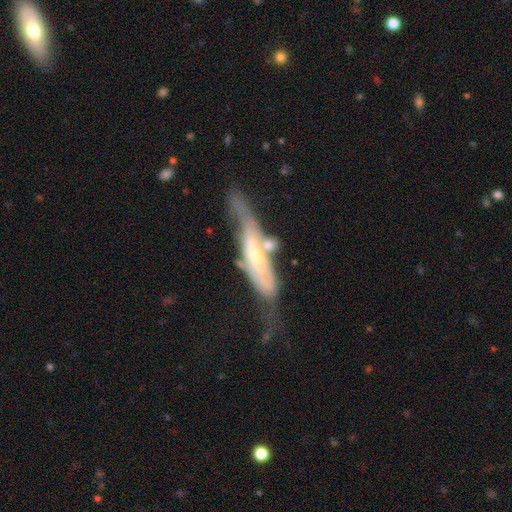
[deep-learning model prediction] Overall: featured or disk (66%; smooth 28%). Edge-on disk: no (54%; yes 46%). Merging: none (28%; merger 25%).